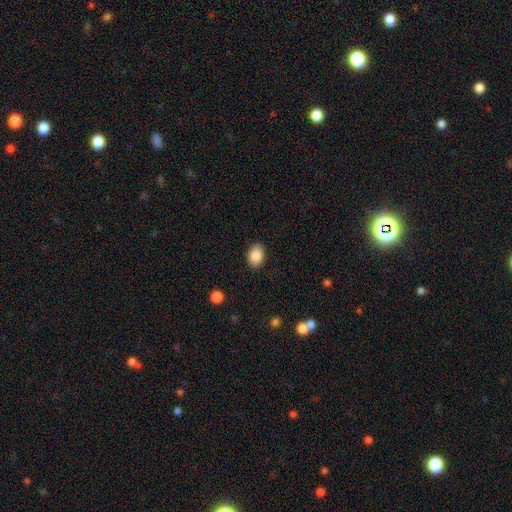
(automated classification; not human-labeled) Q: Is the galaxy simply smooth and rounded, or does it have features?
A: smooth — 88%.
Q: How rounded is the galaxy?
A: in between — 76%.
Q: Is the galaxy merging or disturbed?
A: none — 88%.